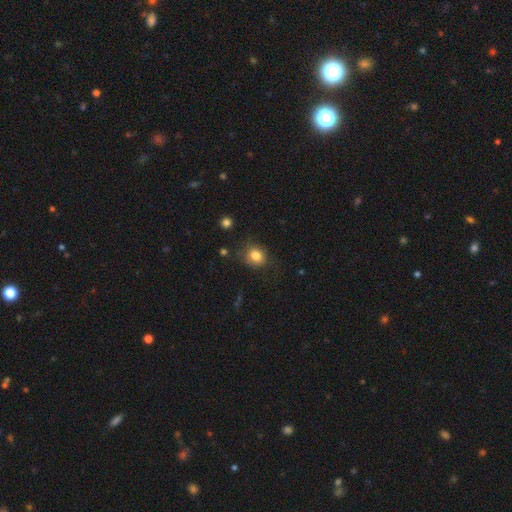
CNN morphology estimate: Smooth or featured? smooth (82%)
How rounded? round (74%)
Merging? none (73%)